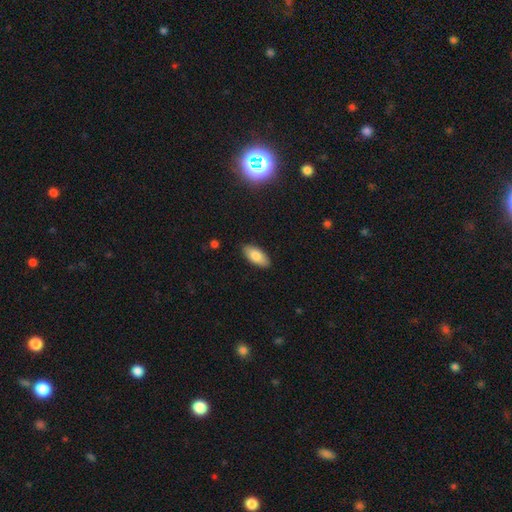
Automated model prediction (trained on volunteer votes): smooth_or_featured: smooth (p=0.83) [alt: featured or disk p=0.10]
how_rounded: in between (p=0.90) [alt: cigar-shaped p=0.08]
merging: none (p=0.87) [alt: minor disturbance p=0.10]